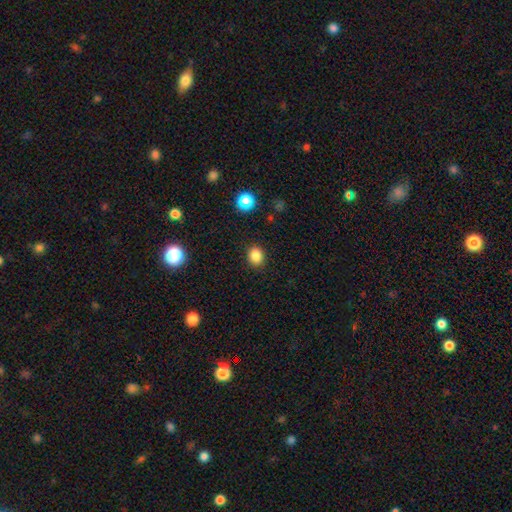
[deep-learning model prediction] Smooth or featured? Predicted: smooth (p=0.86). How rounded? Predicted: round (p=0.59). Merging? Predicted: none (p=0.88).